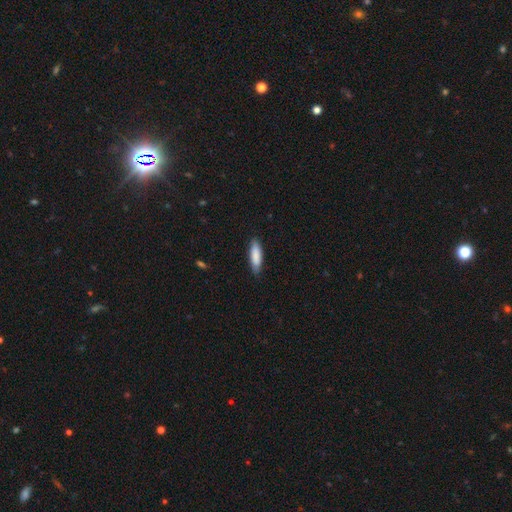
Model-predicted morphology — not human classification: smooth-or-featured: smooth: 86% | featured or disk: 9% | star or artifact: 5%
  how-rounded: cigar-shaped: 58% | in between: 40% | round: 1%
  merging: none: 84% | minor disturbance: 13% | major disturbance: 2% | merger: 1%